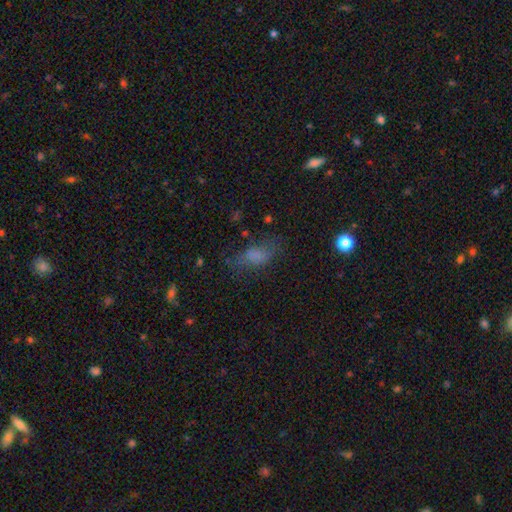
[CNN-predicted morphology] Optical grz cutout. It shows a smooth galaxy with no disk features (68%) that is in between round and cigar-shaped (82%). Merging: none (53%).